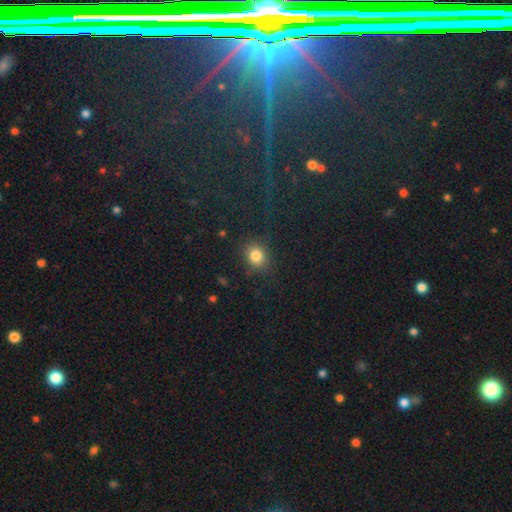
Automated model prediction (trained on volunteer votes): Smooth or featured?
  - smooth: 81% *
  - star or artifact: 13%
  - featured or disk: 6%
How rounded?
  - round: 61% *
  - in between: 37%
  - cigar-shaped: 2%
Merging?
  - none: 80% *
  - minor disturbance: 12%
  - major disturbance: 6%
  - merger: 2%